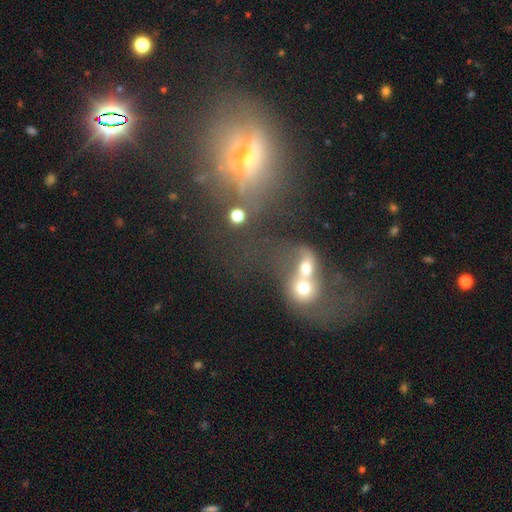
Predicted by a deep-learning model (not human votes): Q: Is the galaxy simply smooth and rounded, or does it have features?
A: smooth — 37%.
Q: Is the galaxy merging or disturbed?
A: merger — 63%.